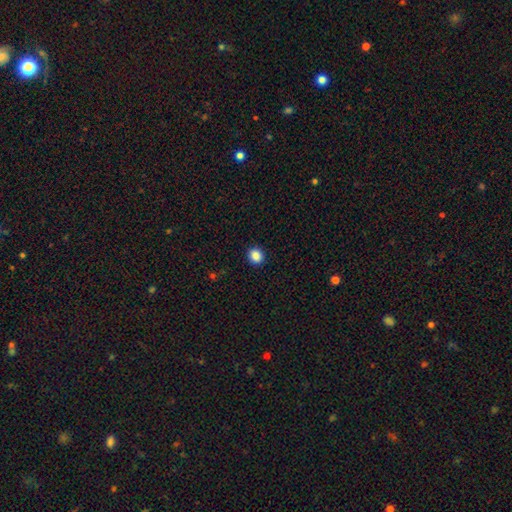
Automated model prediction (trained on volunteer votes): Smooth or featured: smooth — 86% (star or artifact — 10%)
How rounded: round — 82% (in between — 17%)
Merging: none — 92% (minor disturbance — 5%)